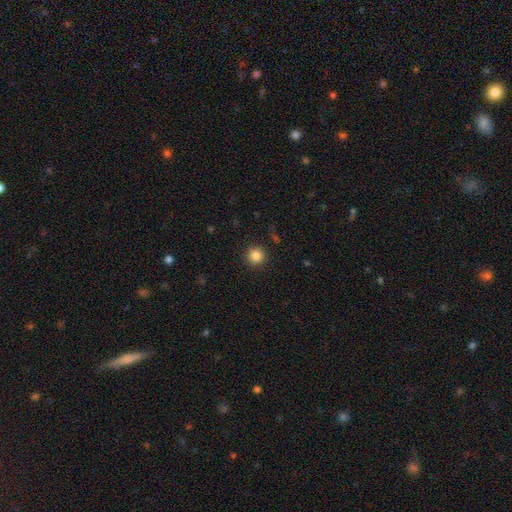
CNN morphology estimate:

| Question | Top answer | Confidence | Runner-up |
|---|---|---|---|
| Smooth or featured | smooth | 85% | star or artifact (11%) |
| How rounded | round | 95% | in between (4%) |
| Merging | none | 91% | minor disturbance (6%) |